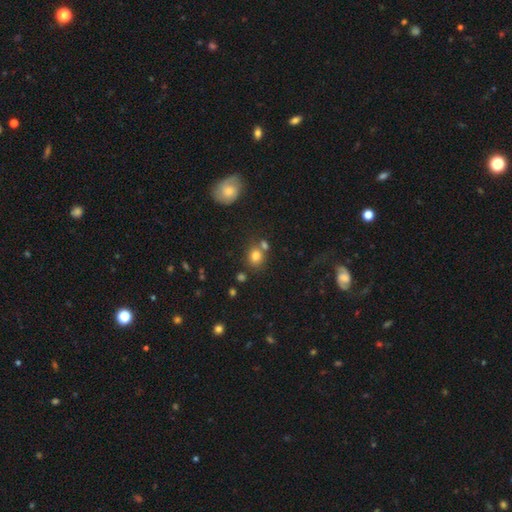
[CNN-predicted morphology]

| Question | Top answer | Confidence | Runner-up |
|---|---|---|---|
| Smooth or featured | smooth | 78% | star or artifact (14%) |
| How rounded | round | 68% | in between (31%) |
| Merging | none | 60% | merger (24%) |